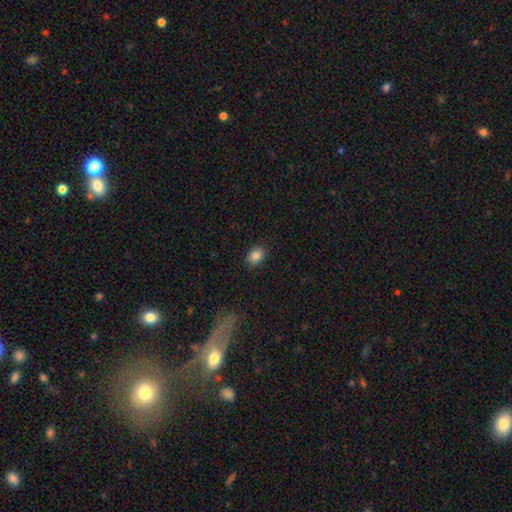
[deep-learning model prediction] Q: Smooth or featured?
A: smooth (86%); runner-up: star or artifact (9%)
Q: How rounded?
A: in between (70%); runner-up: round (29%)
Q: Merging?
A: none (88%); runner-up: minor disturbance (8%)